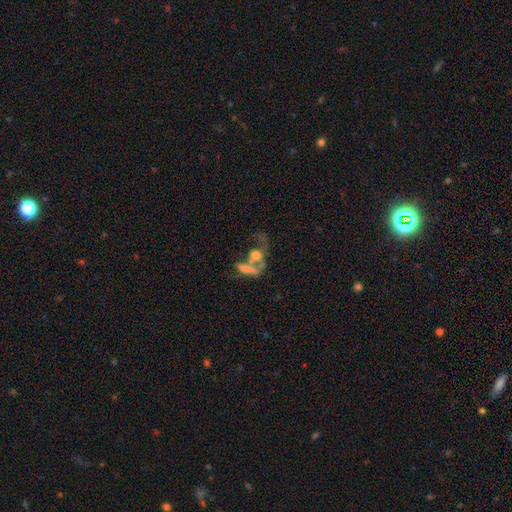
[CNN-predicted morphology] The model was most divided on "smooth or featured": featured or disk: 51%, smooth: 33%, star or artifact: 16%. More confident: edge-on disk — no (89%); merging — merger (59%).